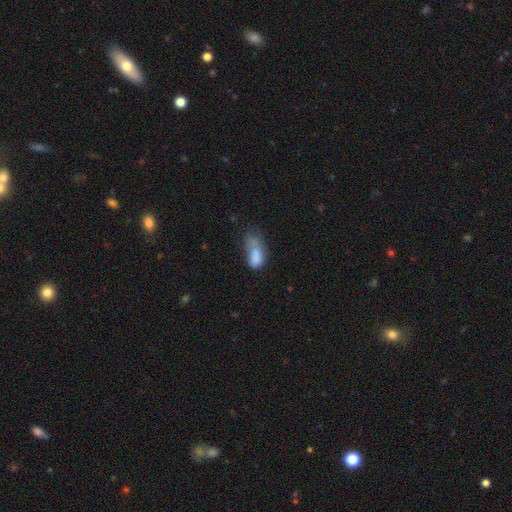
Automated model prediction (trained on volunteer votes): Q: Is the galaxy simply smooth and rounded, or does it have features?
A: smooth — 75%.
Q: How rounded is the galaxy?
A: in between — 87%.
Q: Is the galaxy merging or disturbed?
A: major disturbance — 35%.